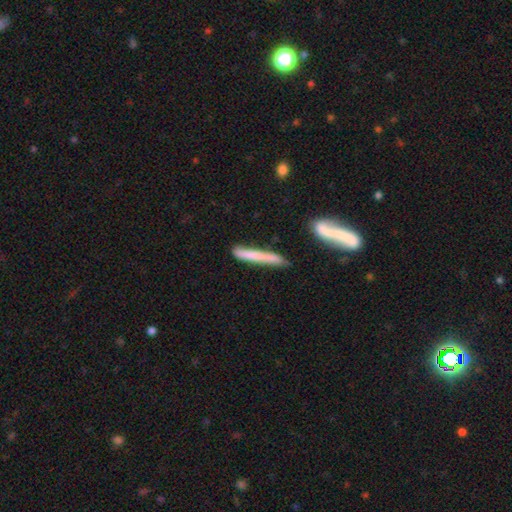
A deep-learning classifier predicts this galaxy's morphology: Smooth or featured?
  - smooth: 65% *
  - featured or disk: 29%
  - star or artifact: 6%
How rounded?
  - cigar-shaped: 95% *
  - in between: 3%
  - round: 2%
Merging?
  - none: 73% *
  - minor disturbance: 18%
  - merger: 5%
  - major disturbance: 5%